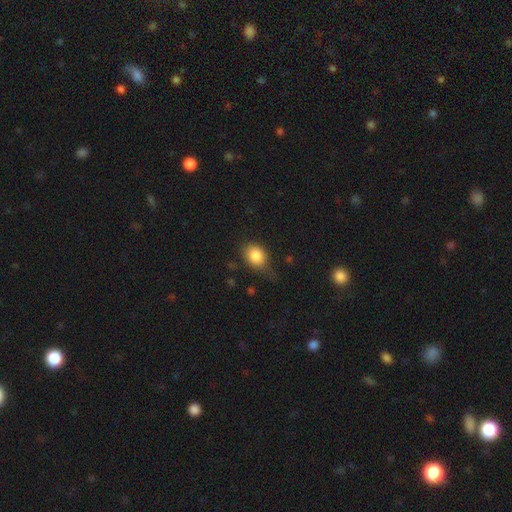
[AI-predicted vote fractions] This is clearly a smooth galaxy (85%). How rounded: possibly in between (56%). Merging: possibly none (56%).